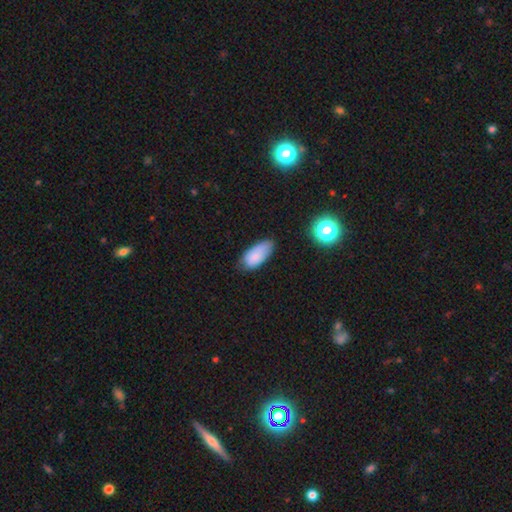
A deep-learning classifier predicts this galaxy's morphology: Smooth or featured?
  - smooth: 80% *
  - featured or disk: 11%
  - star or artifact: 9%
How rounded?
  - in between: 90% *
  - cigar-shaped: 7%
  - round: 3%
Merging?
  - none: 57% *
  - minor disturbance: 34%
  - major disturbance: 7%
  - merger: 2%